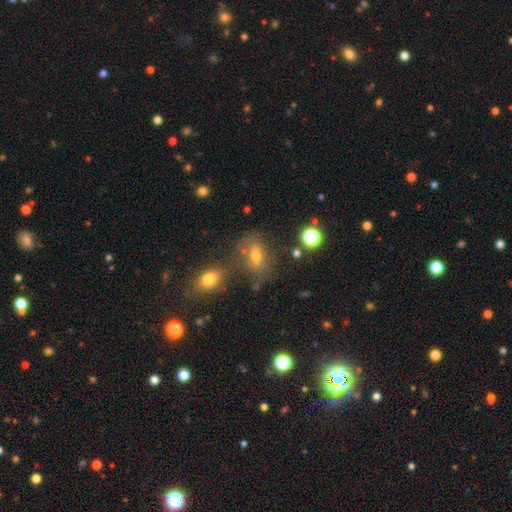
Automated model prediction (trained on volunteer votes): Smooth or featured? smooth (57%)
How rounded? in between (77%)
Merging? none (57%)